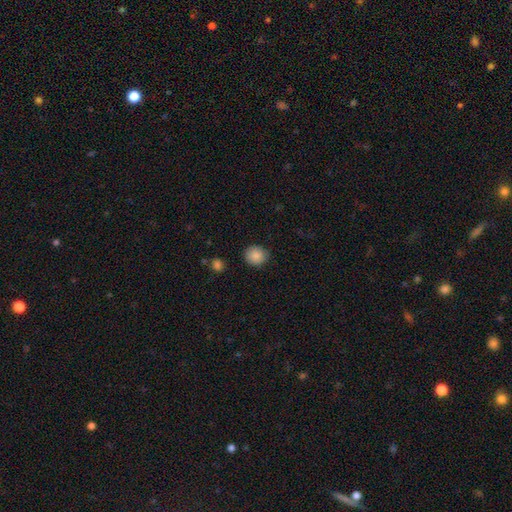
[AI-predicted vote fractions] Overall: smooth (87%). How rounded: round (86%). Merging: none (85%).